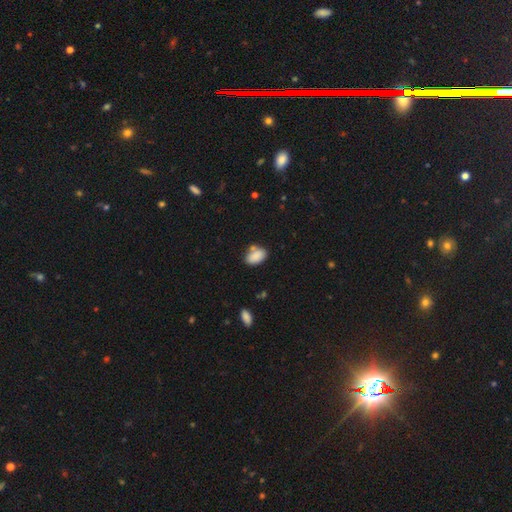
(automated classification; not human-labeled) A smooth galaxy with no disk features (87%) that is in between round and cigar-shaped (90%).

Vote fractions:
- Smooth or featured? smooth: 87% / star or artifact: 8% / featured or disk: 6%
- How rounded? in between: 90% / round: 9% / cigar-shaped: 2%
- Merging? none: 64% / minor disturbance: 18% / merger: 14% / major disturbance: 4%